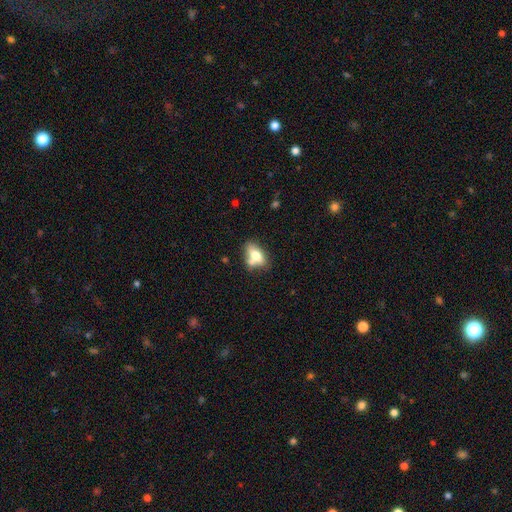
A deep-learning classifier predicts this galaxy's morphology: Smooth or featured? smooth (66%)
How rounded? in between (83%)
Merging? none (47%)